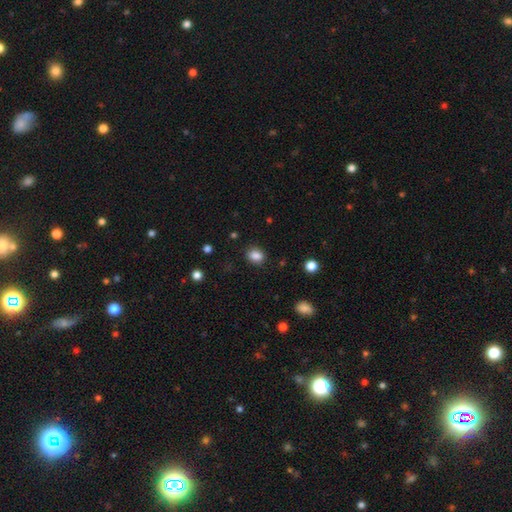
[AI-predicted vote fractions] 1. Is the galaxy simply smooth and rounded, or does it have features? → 86% smooth, 10% star or artifact, 4% featured or disk.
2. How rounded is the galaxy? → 57% in between, 42% round, 1% cigar-shaped.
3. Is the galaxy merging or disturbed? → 85% none, 10% minor disturbance, 3% major disturbance, 1% merger.